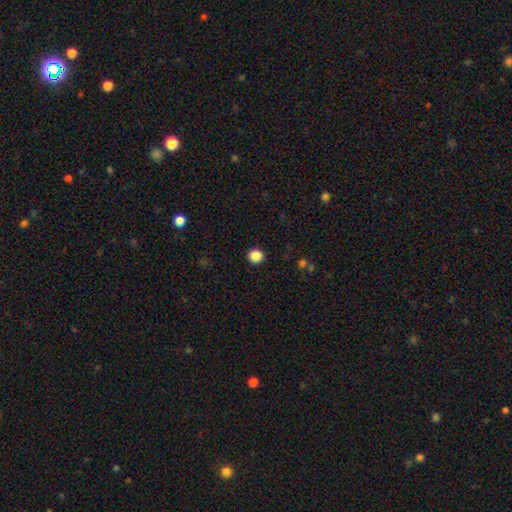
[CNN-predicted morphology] smooth 86%, star or artifact 11%, featured or disk 3%. Down the decision tree: how rounded — round (92%); merging — none (93%).